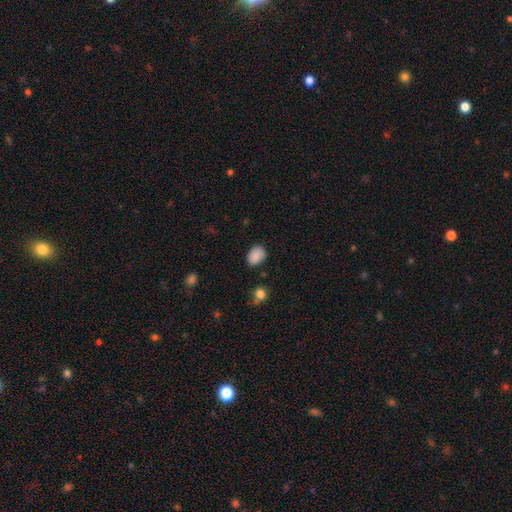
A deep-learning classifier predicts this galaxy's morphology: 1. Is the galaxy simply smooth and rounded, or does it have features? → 88% smooth, 9% star or artifact, 3% featured or disk.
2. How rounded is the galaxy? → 72% in between, 27% round, 1% cigar-shaped.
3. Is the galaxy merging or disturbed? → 80% none, 15% minor disturbance, 3% major disturbance, 2% merger.